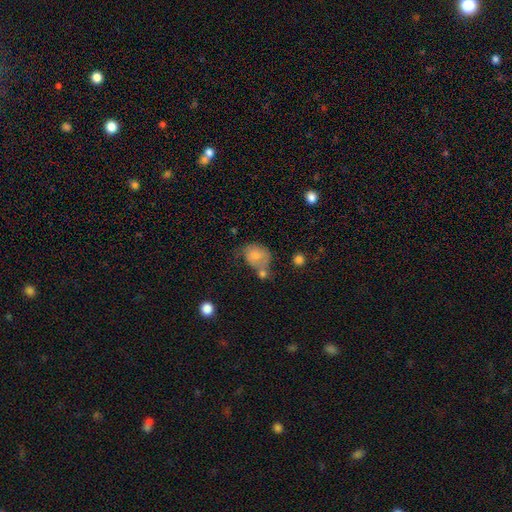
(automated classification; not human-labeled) This is likely a smooth galaxy (69%). How rounded: possibly round (55%). Merging: marginally merger (33%).